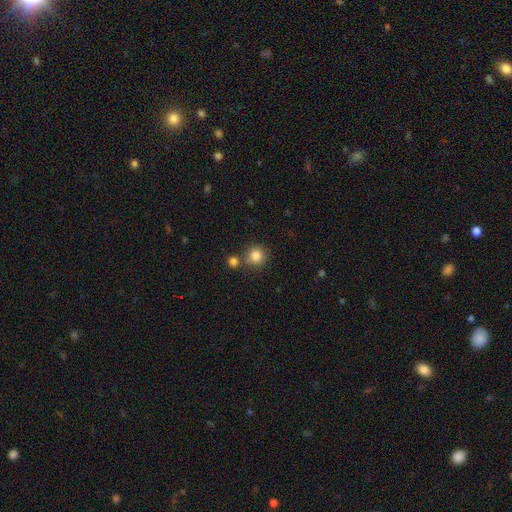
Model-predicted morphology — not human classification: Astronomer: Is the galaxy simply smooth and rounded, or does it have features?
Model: smooth — 84%.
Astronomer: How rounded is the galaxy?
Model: round — 92%.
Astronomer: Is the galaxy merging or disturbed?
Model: none — 73%.